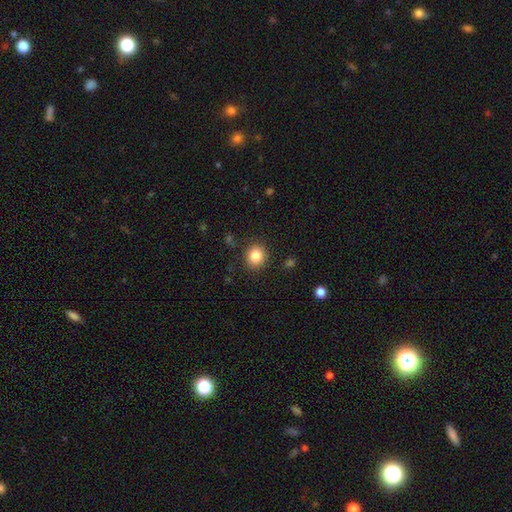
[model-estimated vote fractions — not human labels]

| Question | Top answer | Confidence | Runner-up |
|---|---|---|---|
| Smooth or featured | smooth | 84% | star or artifact (10%) |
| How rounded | round | 81% | in between (18%) |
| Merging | none | 89% | minor disturbance (8%) |